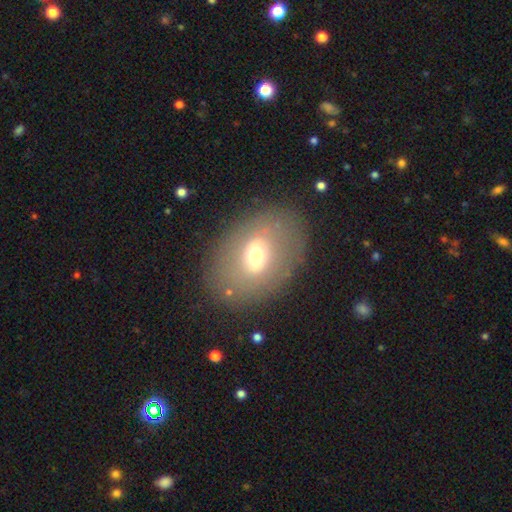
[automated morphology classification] Smooth or featured: smooth — 51% (featured or disk — 39%)
How rounded: in between — 75% (round — 24%)
Merging: none — 82% (minor disturbance — 11%)